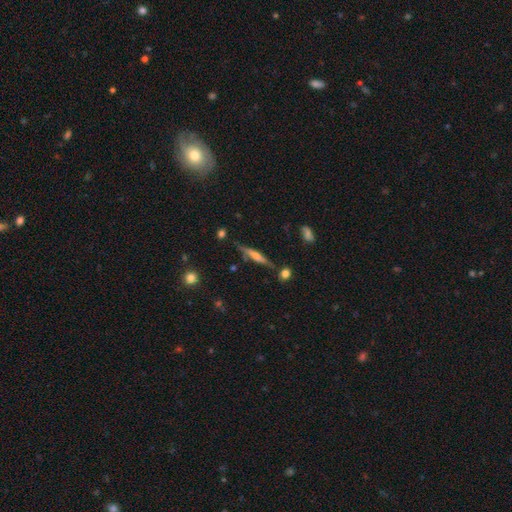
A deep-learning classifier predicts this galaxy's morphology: The model was most divided on "smooth or featured": featured or disk: 61%, smooth: 31%, star or artifact: 8%. More confident: edge-on disk — yes (96%); merging — none (78%); edge-on bulge — rounded (57%).